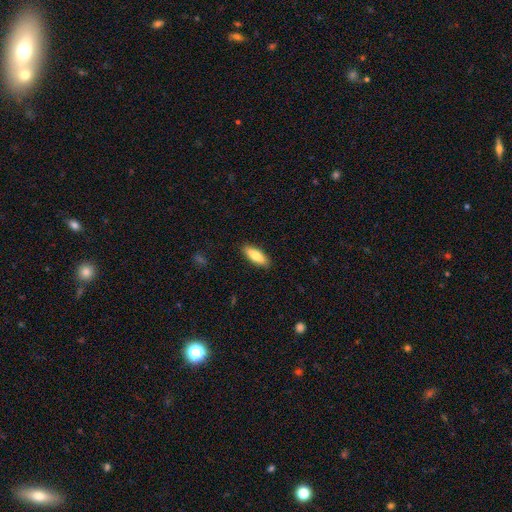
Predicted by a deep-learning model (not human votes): The model was most divided on "how rounded": in between: 62%, cigar-shaped: 37%, round: 2%. More confident: merging — none (88%); smooth or featured — smooth (81%).